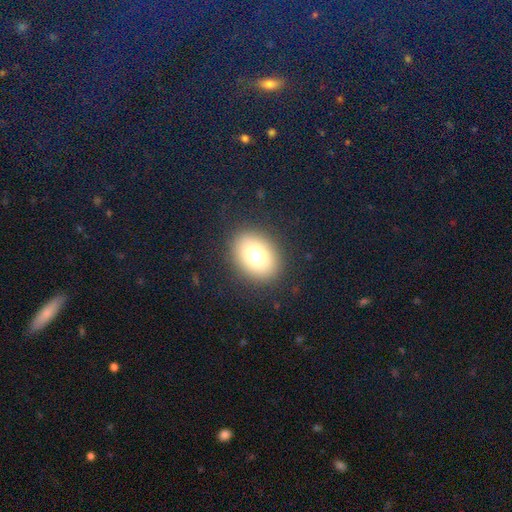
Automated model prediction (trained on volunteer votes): Overall: smooth (74%). How rounded: in between (56%; round 43%). Merging: none (87%).